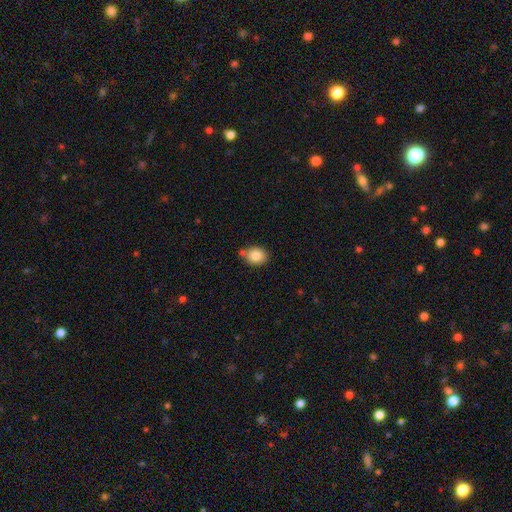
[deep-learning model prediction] smooth 85%, star or artifact 9%, featured or disk 7%. Down the decision tree: how rounded — round (54%); merging — none (70%).